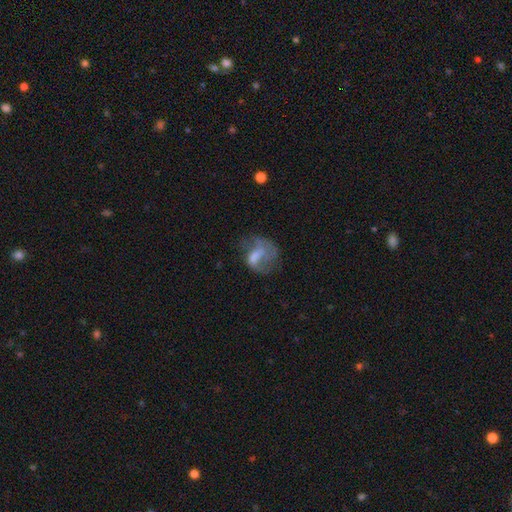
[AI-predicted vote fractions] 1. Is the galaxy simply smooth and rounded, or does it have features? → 47% featured or disk, 40% smooth, 13% star or artifact.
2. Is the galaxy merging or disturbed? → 37% major disturbance, 36% none, 23% minor disturbance, 4% merger.